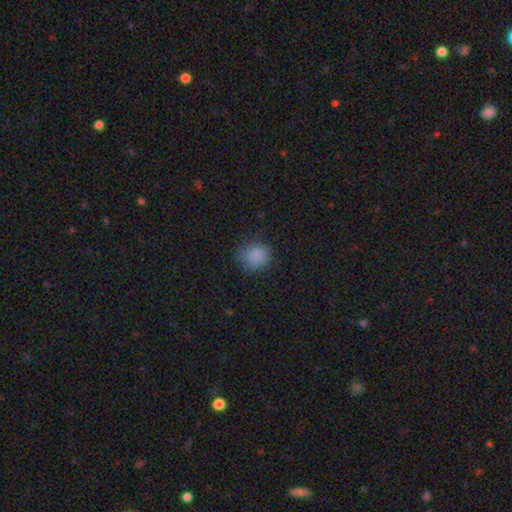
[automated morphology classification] Smooth or featured: smooth — 85% (star or artifact — 11%)
How rounded: round — 73% (in between — 26%)
Merging: none — 76% (minor disturbance — 18%)